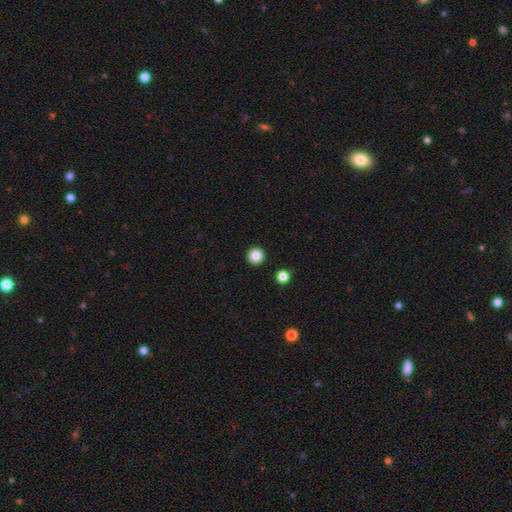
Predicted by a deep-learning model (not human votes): smooth-or-featured: smooth: 85% | star or artifact: 11% | featured or disk: 4%
  how-rounded: round: 96% | in between: 3% | cigar-shaped: 1%
  merging: none: 94% | minor disturbance: 3% | merger: 1% | major disturbance: 1%